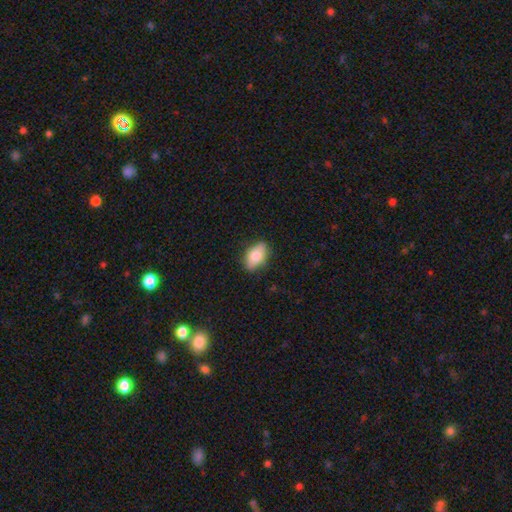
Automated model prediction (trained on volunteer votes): Overall: smooth (77%). How rounded: in between (89%). Merging: none (80%).